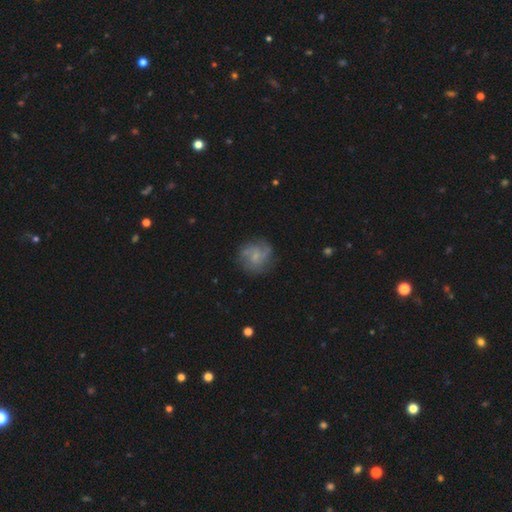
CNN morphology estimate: A featured or disk galaxy (54%) with no bar (60%), spiral arms (80%) and a small central bulge (44%).

Vote fractions:
- Smooth or featured? featured or disk: 54% / smooth: 37% / star or artifact: 9%
- Edge-on disk? no: 98% / yes: 2%
- Bar? no: 60% / weak: 36% / strong: 5%
- Spiral arms? yes: 80% / no: 20%
- Bulge size? small: 44% / none: 32% / moderate: 21% / large: 2% / dominant: 1%
- Merging? none: 70% / minor disturbance: 18% / major disturbance: 10% / merger: 2%